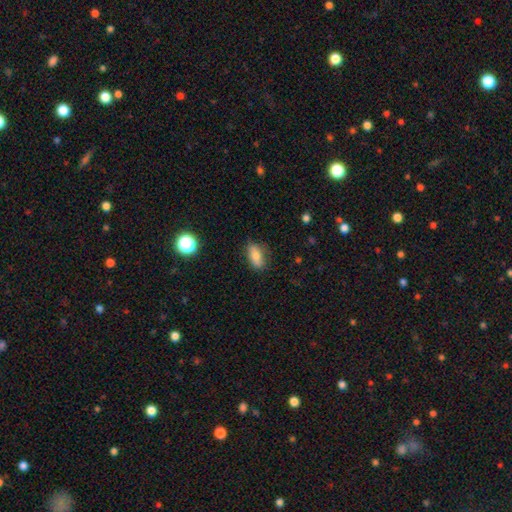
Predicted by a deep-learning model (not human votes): Smooth or featured? Predicted: smooth (p=0.79). How rounded? Predicted: in between (p=0.85). Merging? Predicted: none (p=0.77).